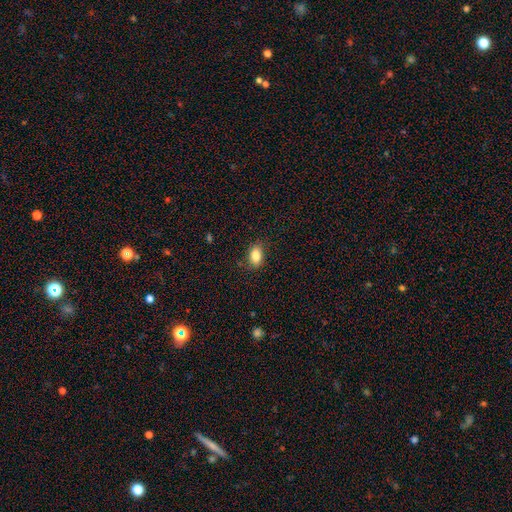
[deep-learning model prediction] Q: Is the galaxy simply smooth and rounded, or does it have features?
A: smooth — 85%.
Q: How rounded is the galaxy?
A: in between — 86%.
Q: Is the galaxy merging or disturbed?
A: none — 82%.